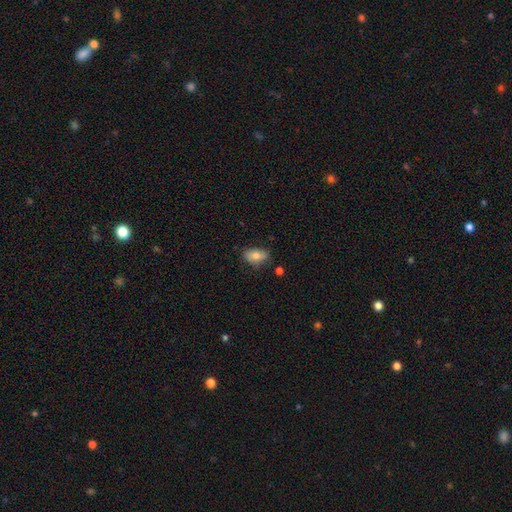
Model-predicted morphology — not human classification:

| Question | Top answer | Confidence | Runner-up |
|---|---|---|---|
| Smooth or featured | smooth | 77% | featured or disk (15%) |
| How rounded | in between | 88% | round (9%) |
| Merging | none | 71% | minor disturbance (23%) |